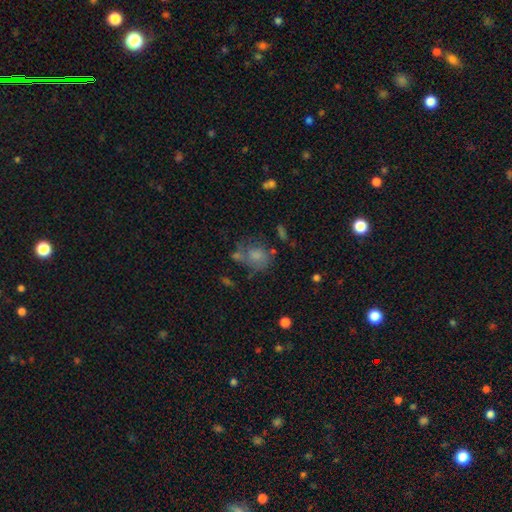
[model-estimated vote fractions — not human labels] Q: Smooth or featured?
A: smooth (66%); runner-up: featured or disk (23%)
Q: How rounded?
A: round (53%); runner-up: in between (46%)
Q: Merging?
A: none (39%); runner-up: minor disturbance (23%)